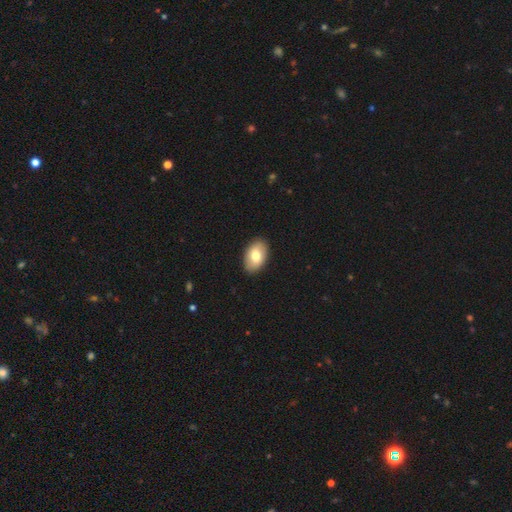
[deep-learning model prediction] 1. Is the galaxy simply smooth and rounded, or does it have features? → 76% smooth, 18% featured or disk, 6% star or artifact.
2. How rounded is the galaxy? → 91% in between, 8% round, 1% cigar-shaped.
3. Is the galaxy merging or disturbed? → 90% none, 8% minor disturbance, 2% major disturbance, 1% merger.